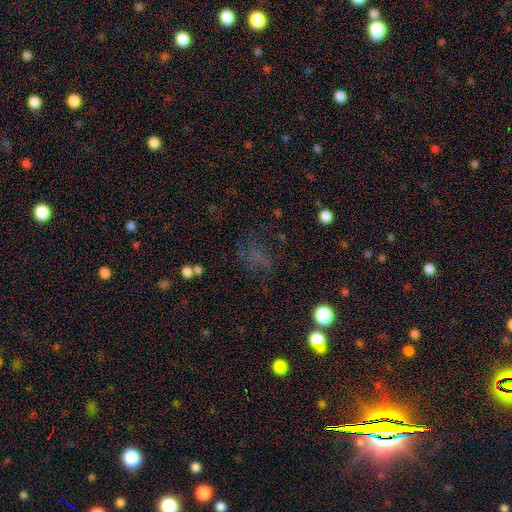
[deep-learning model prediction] Smooth or featured: smooth — 44% (star or artifact — 34%)
Merging: none — 54% (major disturbance — 23%)